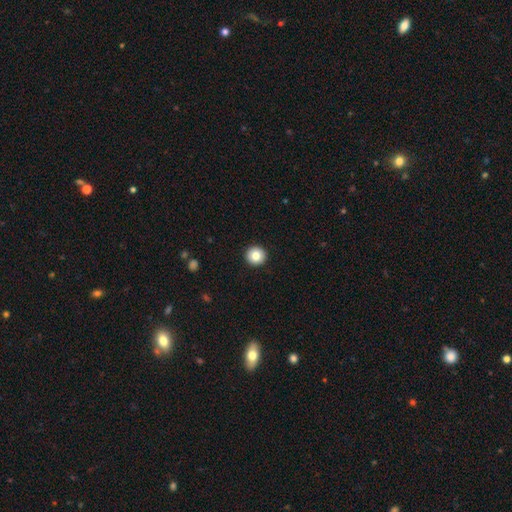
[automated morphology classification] smooth_or_featured: smooth (p=0.82) [alt: star or artifact p=0.09]
how_rounded: round (p=0.95) [alt: in between p=0.04]
merging: none (p=0.94) [alt: minor disturbance p=0.04]